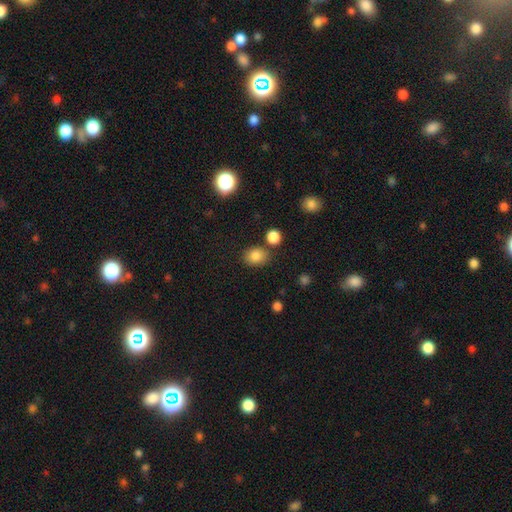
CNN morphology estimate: Q: Smooth or featured?
A: smooth (84%); runner-up: star or artifact (11%)
Q: How rounded?
A: round (51%); runner-up: in between (48%)
Q: Merging?
A: none (74%); runner-up: minor disturbance (13%)